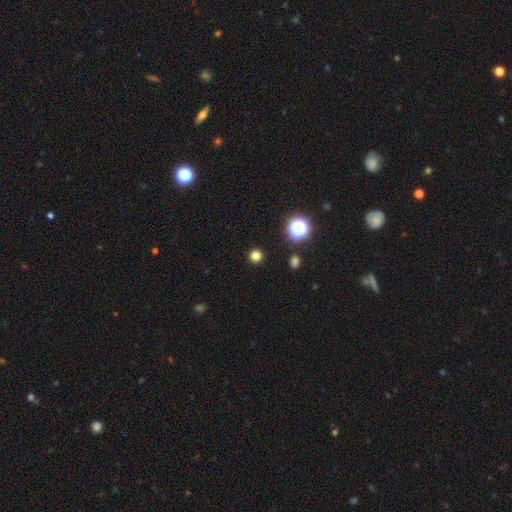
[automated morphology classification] smooth-or-featured: smooth: 77% | star or artifact: 19% | featured or disk: 4%
  how-rounded: round: 95% | in between: 4% | cigar-shaped: 1%
  merging: none: 92% | minor disturbance: 5% | major disturbance: 2% | merger: 1%